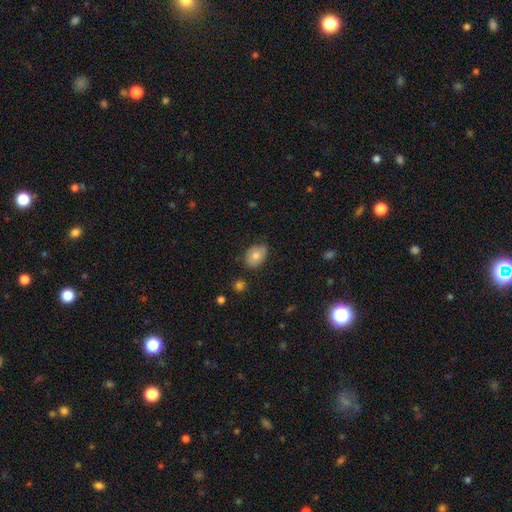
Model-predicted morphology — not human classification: type=smooth (74%); roundness=in between (76%); merging=none (70%).